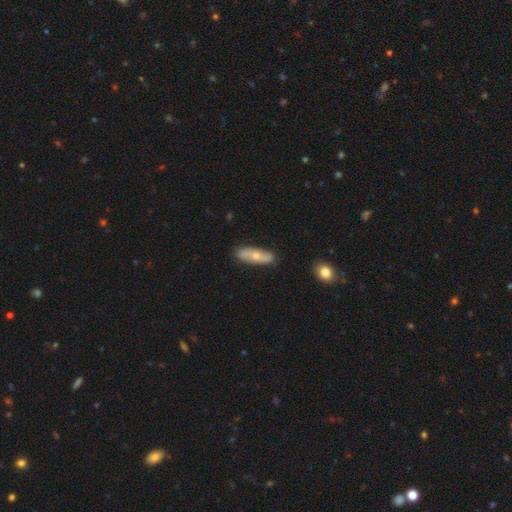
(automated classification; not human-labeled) Smooth or featured: smooth — 56% (featured or disk — 38%)
How rounded: in between — 56% (cigar-shaped — 41%)
Merging: none — 84% (minor disturbance — 12%)